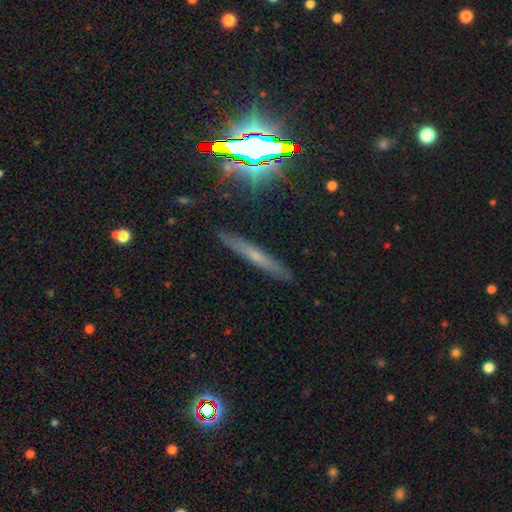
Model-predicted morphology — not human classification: smooth-or-featured: featured or disk: 44% | smooth: 40% | star or artifact: 15%
  merging: none: 86% | minor disturbance: 10% | major disturbance: 2% | merger: 1%